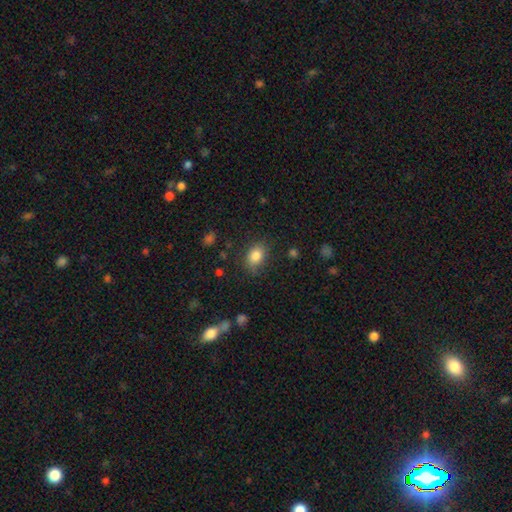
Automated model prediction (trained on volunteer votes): Smooth or featured?
  - smooth: 83% *
  - star or artifact: 9%
  - featured or disk: 7%
How rounded?
  - in between: 72% *
  - round: 27%
  - cigar-shaped: 1%
Merging?
  - none: 78% *
  - minor disturbance: 16%
  - major disturbance: 5%
  - merger: 2%